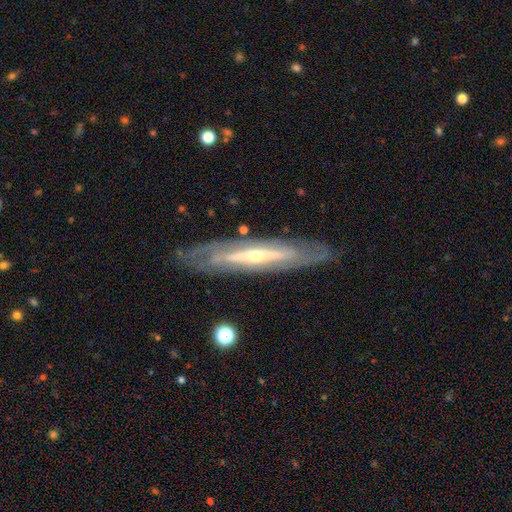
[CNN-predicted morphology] featured or disk 80%, smooth 14%, star or artifact 6%. Down the decision tree: edge-on disk — yes (51%); merging — none (80%).